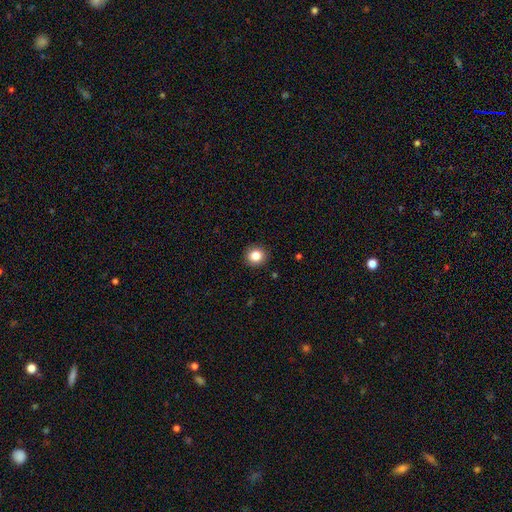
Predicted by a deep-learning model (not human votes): A smooth galaxy with no disk features (84%) that is round (89%).

Vote fractions:
- Smooth or featured? smooth: 84% / star or artifact: 10% / featured or disk: 6%
- How rounded? round: 89% / in between: 11% / cigar-shaped: 1%
- Merging? none: 92% / minor disturbance: 6% / major disturbance: 2% / merger: 1%